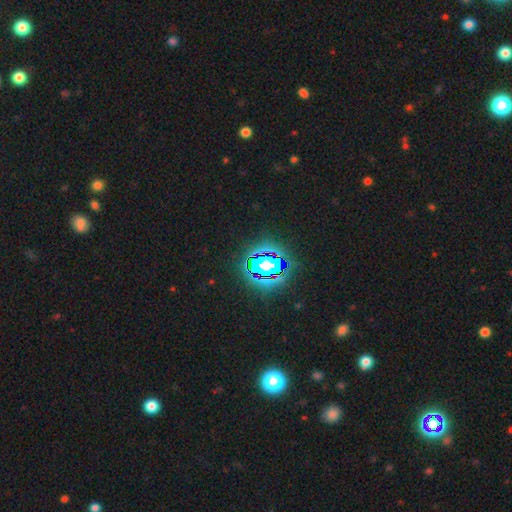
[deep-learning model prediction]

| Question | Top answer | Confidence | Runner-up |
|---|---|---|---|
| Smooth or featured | star or artifact | 84% | smooth (10%) |